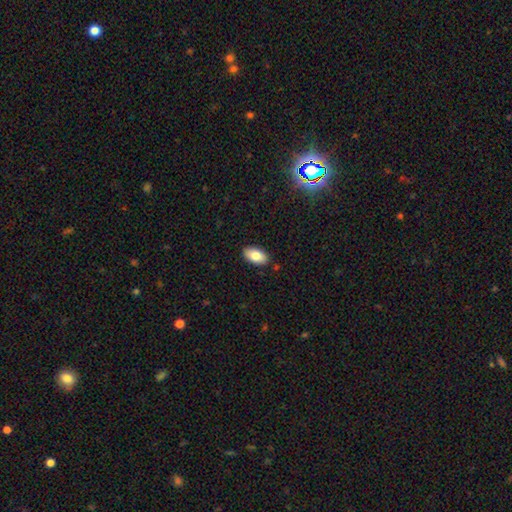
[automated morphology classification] Smooth or featured: smooth — 81% (featured or disk — 12%)
How rounded: in between — 94% (round — 3%)
Merging: none — 89% (minor disturbance — 8%)